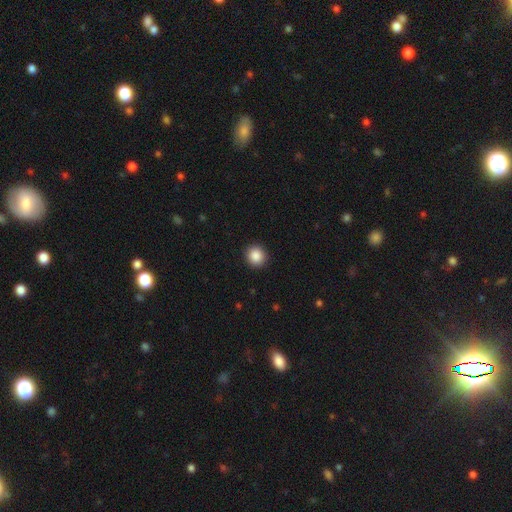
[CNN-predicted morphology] Smooth or featured? Predicted: smooth (p=0.88). How rounded? Predicted: round (p=0.89). Merging? Predicted: none (p=0.92).